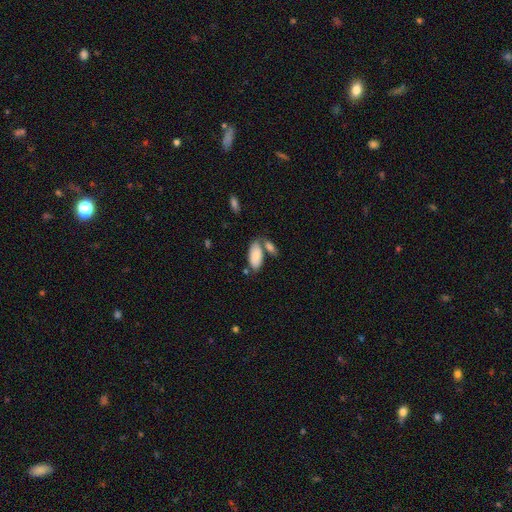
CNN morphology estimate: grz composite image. It shows a smooth galaxy with no disk features (85%) that is in between round and cigar-shaped (91%). Merging: none (54%).